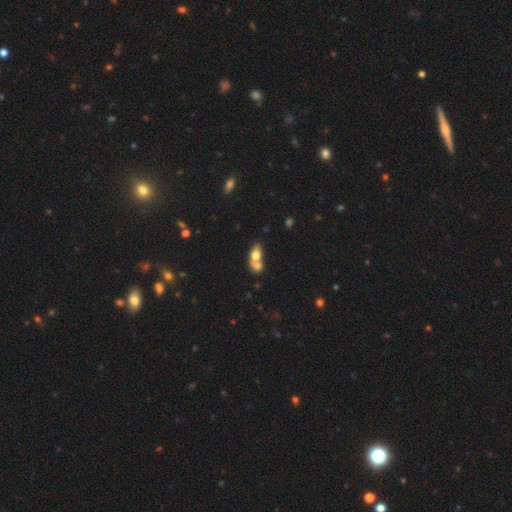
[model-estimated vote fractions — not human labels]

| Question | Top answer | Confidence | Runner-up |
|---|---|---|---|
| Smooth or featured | smooth | 69% | featured or disk (22%) |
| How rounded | in between | 73% | round (20%) |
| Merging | merger | 69% | none (20%) |